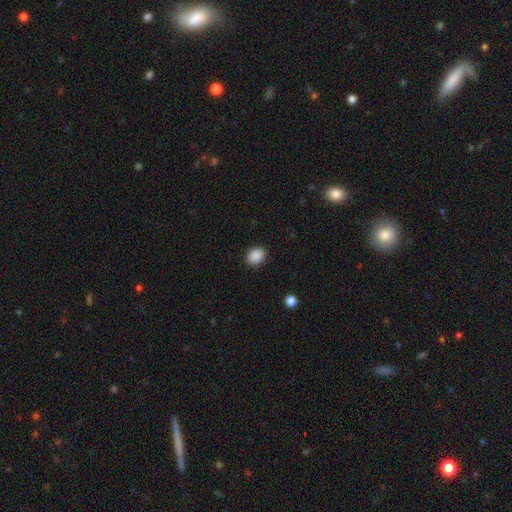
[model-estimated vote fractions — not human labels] Smooth or featured? smooth (89%)
How rounded? in between (53%)
Merging? none (89%)